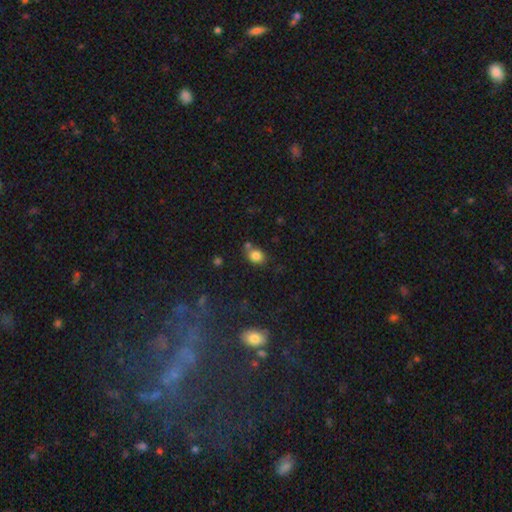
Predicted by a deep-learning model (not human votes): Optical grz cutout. It shows a smooth galaxy with no disk features (82%) that is in between round and cigar-shaped (55%). Merging: none (61%).